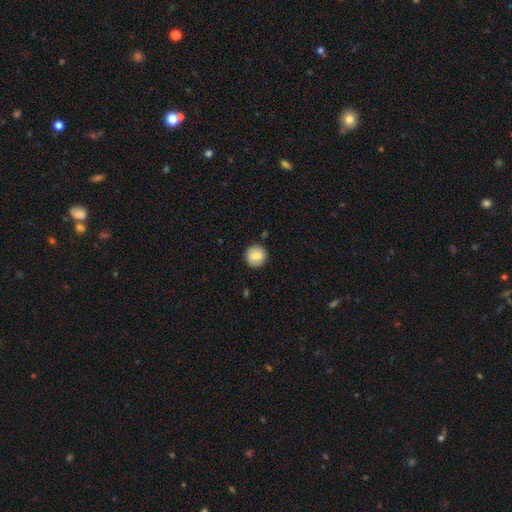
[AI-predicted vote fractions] Smooth or featured: smooth — 81% (featured or disk — 11%)
How rounded: round — 95% (in between — 4%)
Merging: none — 89% (minor disturbance — 8%)